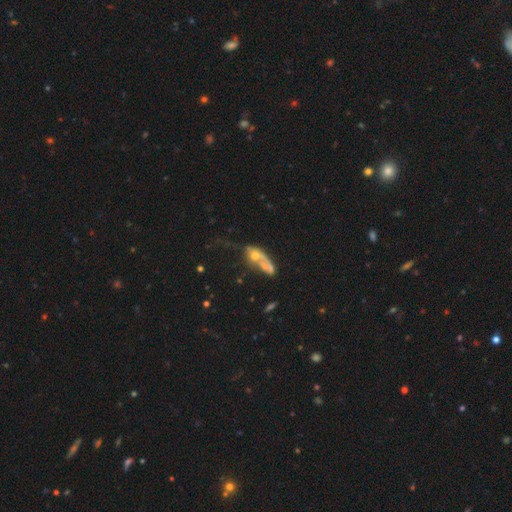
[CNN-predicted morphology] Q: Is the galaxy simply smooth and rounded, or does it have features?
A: featured or disk — 43%, tied with smooth.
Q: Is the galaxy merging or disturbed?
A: merger — 40%.